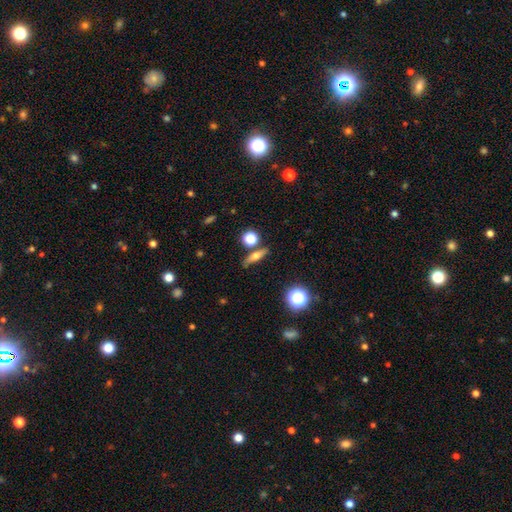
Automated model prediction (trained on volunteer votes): This appears to be a smooth galaxy with no disk features (48%). Merging: none (78%).